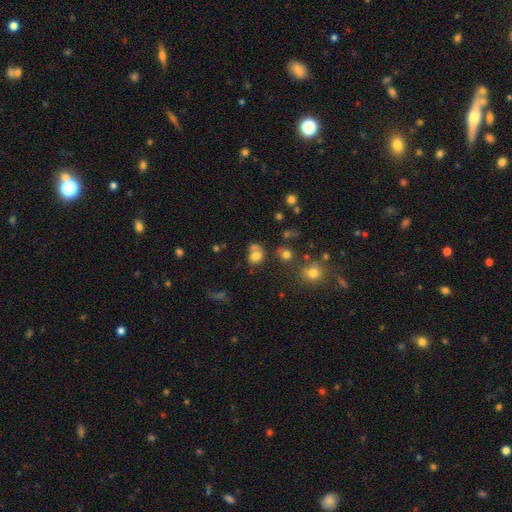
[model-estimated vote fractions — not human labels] Smooth or featured: smooth — 72% (star or artifact — 14%)
How rounded: round — 52% (in between — 46%)
Merging: none — 42% (merger — 32%)